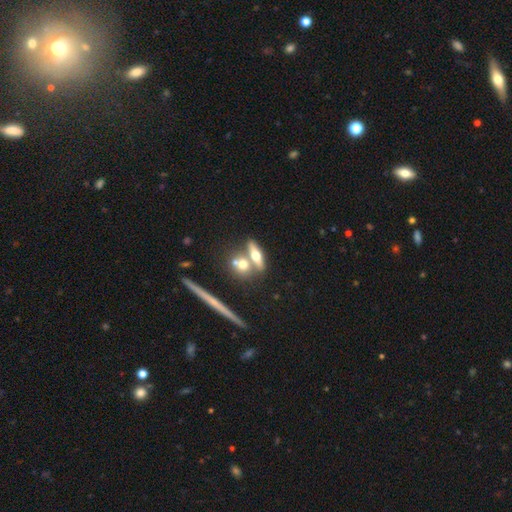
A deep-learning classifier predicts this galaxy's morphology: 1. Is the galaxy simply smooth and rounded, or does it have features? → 45% featured or disk (tied), 45% smooth (tied), 10% star or artifact.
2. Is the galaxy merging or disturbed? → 52% none, 34% merger, 10% minor disturbance, 5% major disturbance.